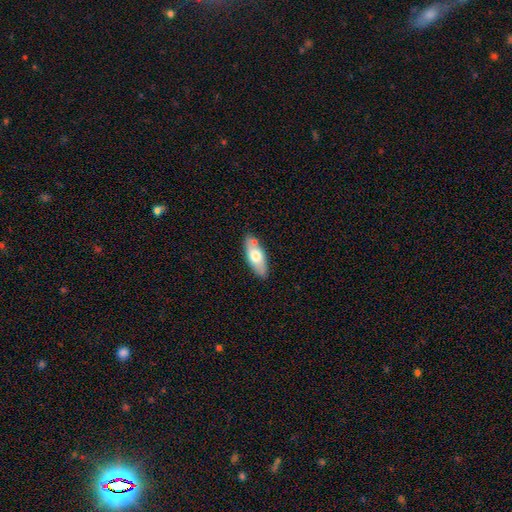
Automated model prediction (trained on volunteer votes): smooth_or_featured: smooth (p=0.62) [alt: featured or disk p=0.32]
how_rounded: in between (p=0.78) [alt: cigar-shaped p=0.20]
merging: none (p=0.77) [alt: minor disturbance p=0.13]